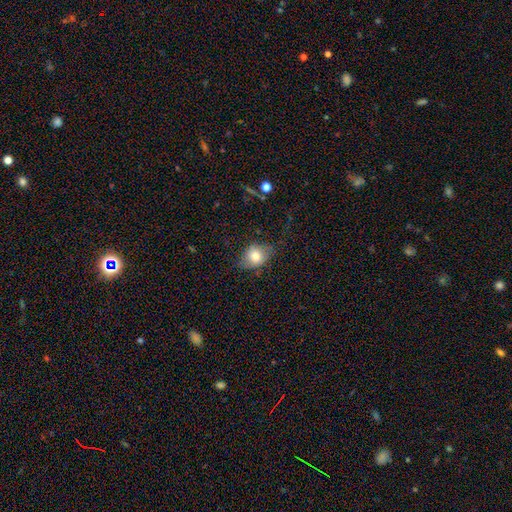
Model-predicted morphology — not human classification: Q: Smooth or featured?
A: smooth (73%); runner-up: featured or disk (18%)
Q: How rounded?
A: in between (57%); runner-up: round (41%)
Q: Merging?
A: none (62%); runner-up: minor disturbance (27%)